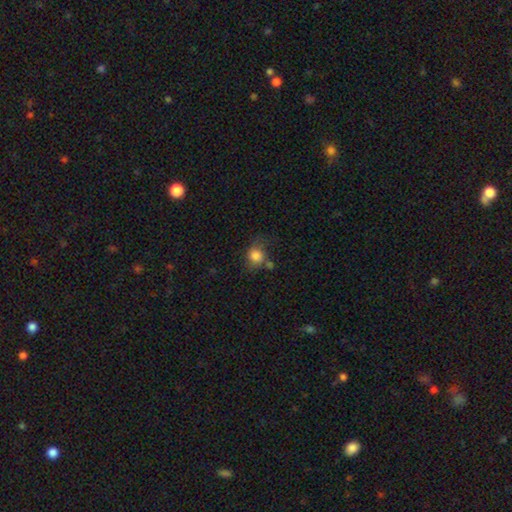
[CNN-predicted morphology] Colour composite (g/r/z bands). It shows a smooth galaxy with no disk features (81%) that is round (75%). Merging: none (52%).